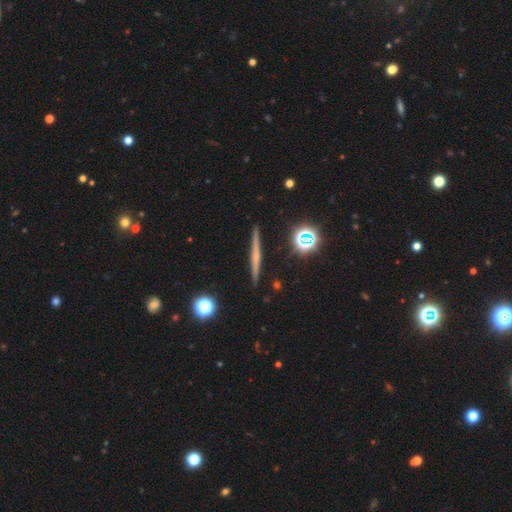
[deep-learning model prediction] Smooth or featured: featured or disk — 58% (smooth — 32%)
Edge-on disk: yes — 98% (no — 2%)
Edge-on bulge: none — 60% (rounded — 32%)
Merging: none — 92% (minor disturbance — 5%)